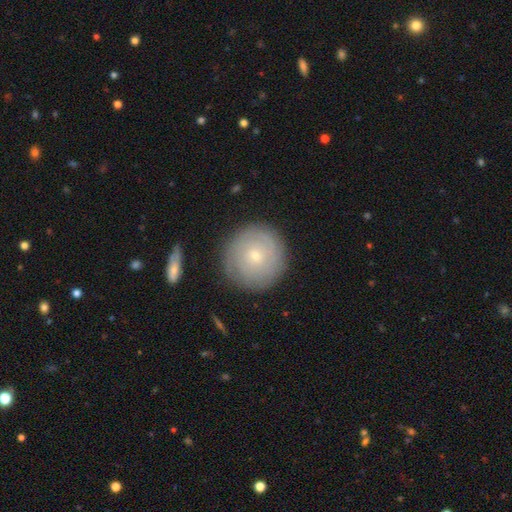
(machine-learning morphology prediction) Smooth or featured? Predicted: featured or disk (p=0.50). Edge-on disk? Predicted: no (p=0.97). Merging? Predicted: none (p=0.85).